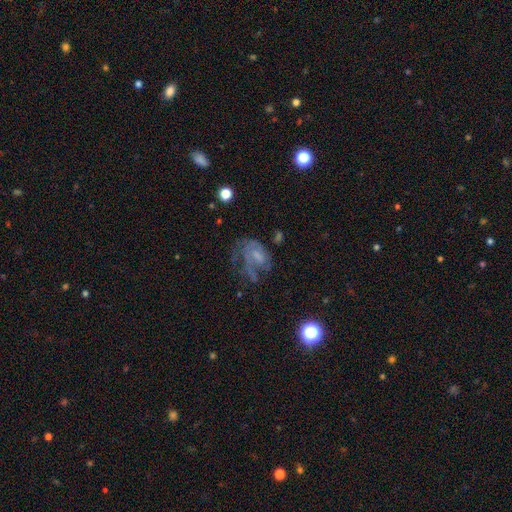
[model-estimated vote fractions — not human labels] Smooth or featured?
  - featured or disk: 62% *
  - smooth: 25%
  - star or artifact: 13%
Edge-on disk?
  - no: 97% *
  - yes: 3%
Bar?
  - no: 58% *
  - weak: 35%
  - strong: 7%
Spiral arms?
  - yes: 63% *
  - no: 37%
Bulge size?
  - none: 34% * (tied)
  - small: 34% * (tied)
  - moderate: 27%
  - large: 4%
  - dominant: 1%
Merging?
  - major disturbance: 40% *
  - none: 34%
  - minor disturbance: 21%
  - merger: 4%